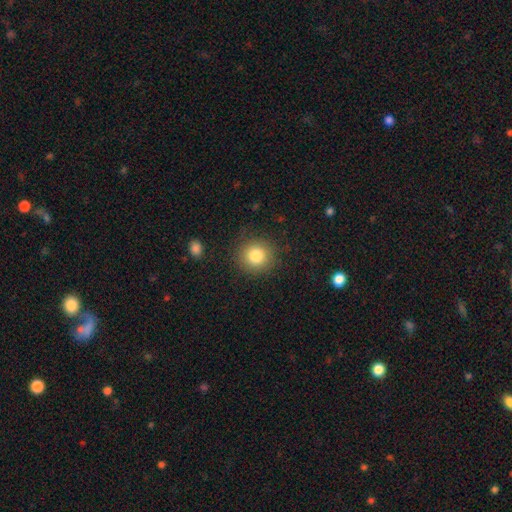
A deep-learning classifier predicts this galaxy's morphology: Overall: smooth (82%). How rounded: round (92%). Merging: none (87%).